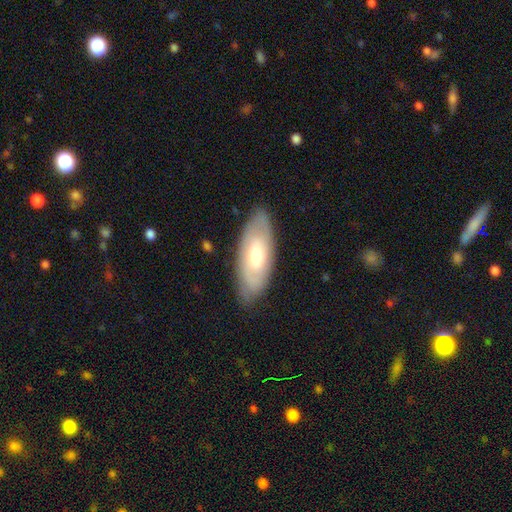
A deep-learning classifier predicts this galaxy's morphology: smooth_or_featured: smooth (p=0.53) [alt: featured or disk p=0.41]
how_rounded: in between (p=0.80) [alt: cigar-shaped p=0.18]
merging: none (p=0.81) [alt: minor disturbance p=0.15]